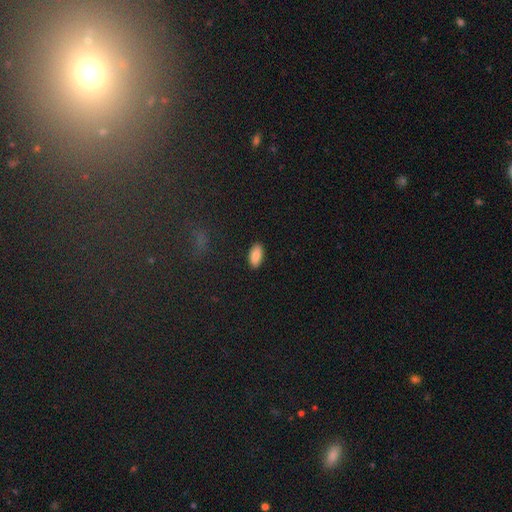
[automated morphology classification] This appears to be a smooth galaxy with no disk features (86%) that is in between round and cigar-shaped (92%). Merging: none (89%).